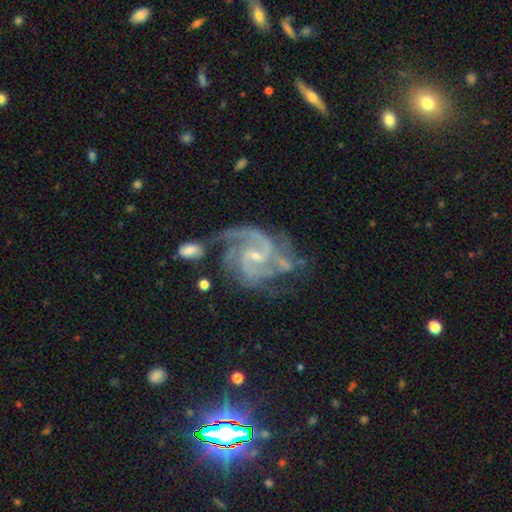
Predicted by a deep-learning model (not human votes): A featured or disk galaxy (93%) with a weak bar (48%), 2 (44%) medium (53%) spiral arms (98%) and a small central bulge (76%).

Vote fractions:
- Smooth or featured? featured or disk: 93% / star or artifact: 5% / smooth: 3%
- Edge-on disk? no: 98% / yes: 2%
- Bar? weak: 48% / no: 37% / strong: 15%
- Spiral arms? yes: 98% / no: 2%
- Spiral winding? medium: 53% / tight: 36% / loose: 11%
- Spiral arm count? 2: 44% / 3: 30% / can't tell: 9% / 4: 7% / 1: 5% / more than 4: 5%
- Bulge size? small: 76% / moderate: 20% / none: 3% / large: 1% / dominant: 1%
- Merging? none: 49% / minor disturbance: 24% / major disturbance: 18% / merger: 9%